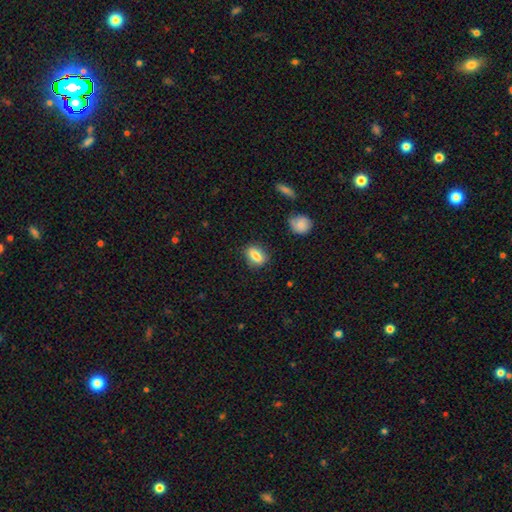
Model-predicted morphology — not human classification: This appears to be a smooth galaxy with no disk features (80%) that is in between round and cigar-shaped (75%). Merging: none (82%).